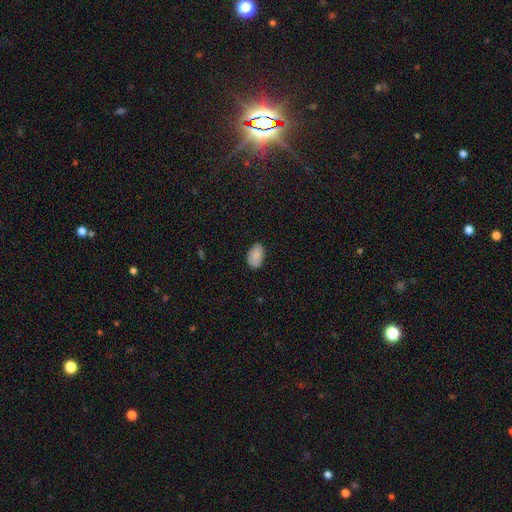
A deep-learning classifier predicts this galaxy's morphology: Smooth or featured? Predicted: smooth (p=0.87). How rounded? Predicted: in between (p=0.91). Merging? Predicted: none (p=0.77).